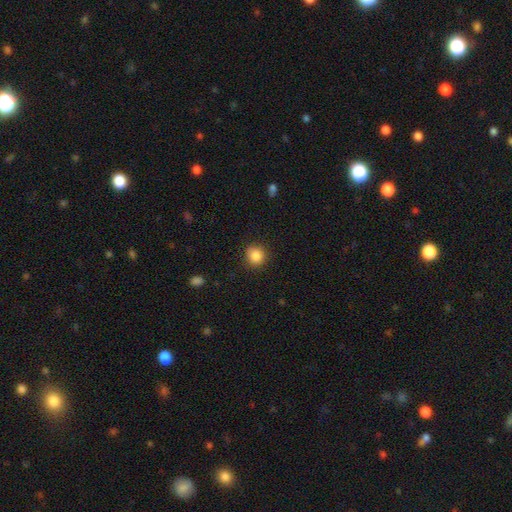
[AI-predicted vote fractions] This is clearly a smooth galaxy (87%). How rounded: clearly round (86%). Merging: clearly none (85%).